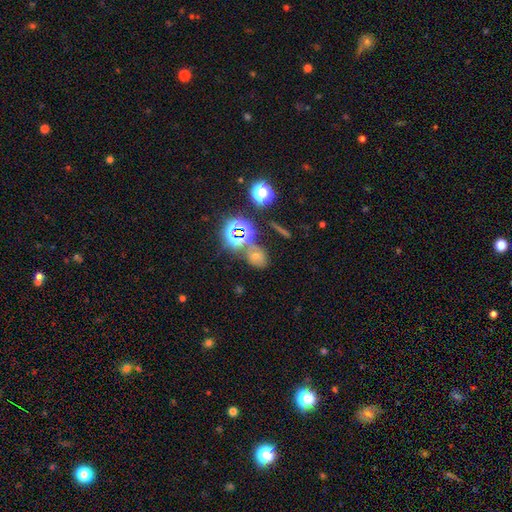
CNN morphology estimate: This is possibly a smooth galaxy (45%). Merging: possibly none (59%).